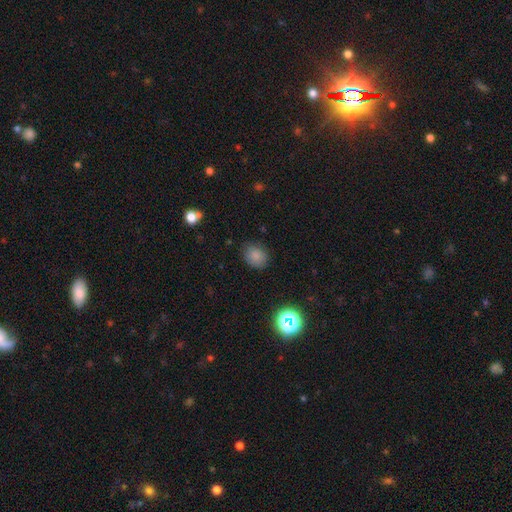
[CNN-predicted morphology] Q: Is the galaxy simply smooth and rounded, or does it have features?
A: smooth — 81%.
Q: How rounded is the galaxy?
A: round — 55%.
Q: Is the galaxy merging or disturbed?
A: none — 80%.